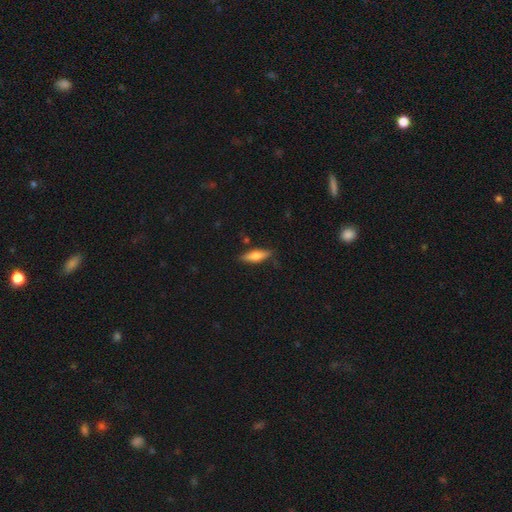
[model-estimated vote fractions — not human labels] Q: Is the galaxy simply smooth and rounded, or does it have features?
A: smooth — 63%.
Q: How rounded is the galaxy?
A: cigar-shaped — 51%.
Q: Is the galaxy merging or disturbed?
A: none — 80%.